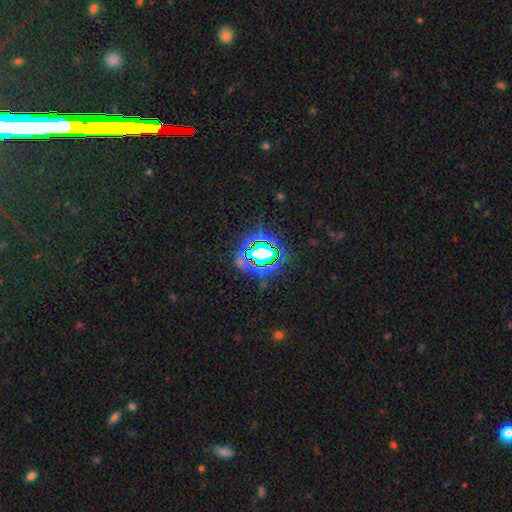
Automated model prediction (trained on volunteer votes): Smooth or featured?
  - star or artifact: 71% *
  - smooth: 17%
  - featured or disk: 12%